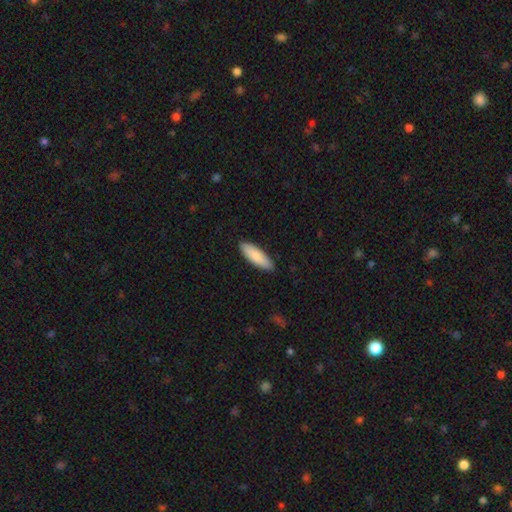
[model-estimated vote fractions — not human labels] A smooth galaxy with no disk features (85%) that is in between round and cigar-shaped (57%). Merging: none (89%).